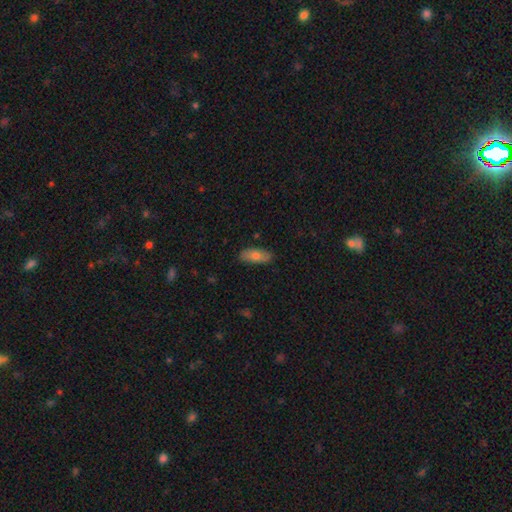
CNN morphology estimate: This is likely a smooth galaxy (76%). How rounded: clearly in between (83%). Merging: clearly none (85%).